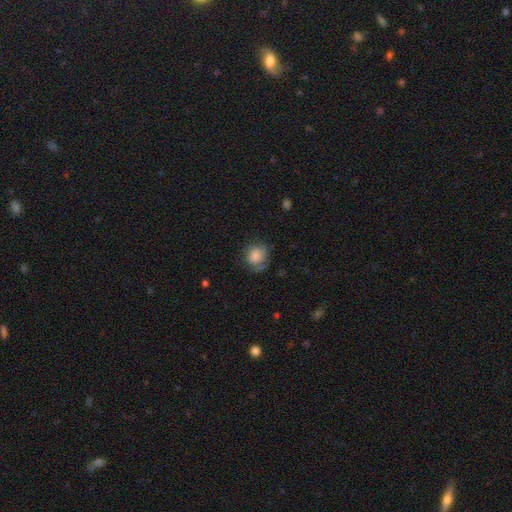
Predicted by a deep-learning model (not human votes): smooth_or_featured: smooth (p=0.78) [alt: featured or disk p=0.13]
how_rounded: round (p=0.68) [alt: in between p=0.31]
merging: none (p=0.56) [alt: minor disturbance p=0.27]